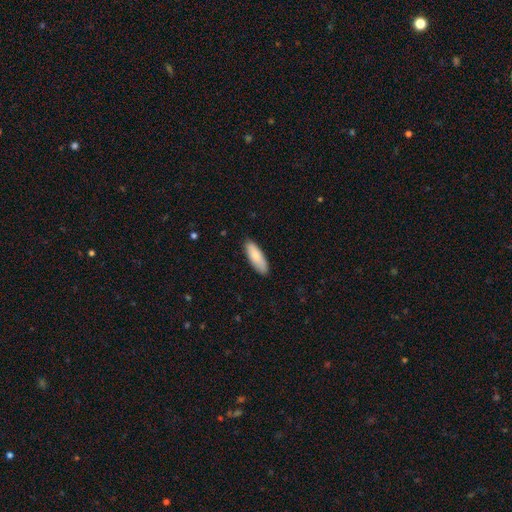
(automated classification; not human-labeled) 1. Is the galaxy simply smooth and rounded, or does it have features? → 84% smooth, 11% featured or disk, 5% star or artifact.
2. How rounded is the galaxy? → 58% in between, 40% cigar-shaped, 2% round.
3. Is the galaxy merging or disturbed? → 88% none, 9% minor disturbance, 2% major disturbance, 1% merger.